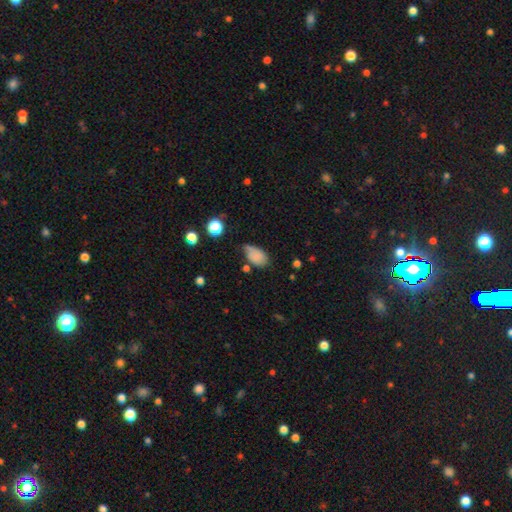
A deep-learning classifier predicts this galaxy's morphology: The model was most divided on "merging": none: 41%, minor disturbance: 40%, major disturbance: 14%, merger: 5%. More confident: how rounded — in between (89%); smooth or featured — smooth (79%).